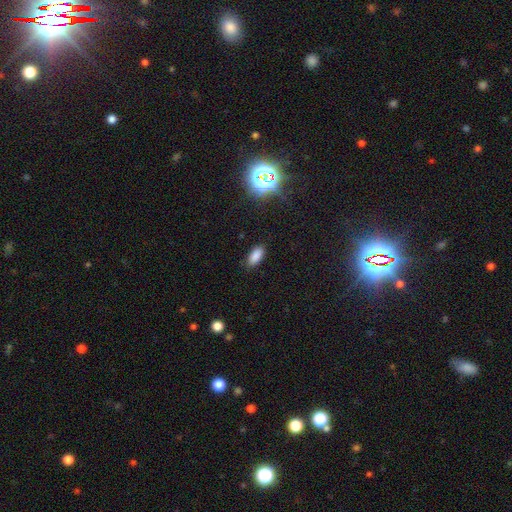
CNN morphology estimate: The model was most divided on "smooth or featured": smooth: 83%, star or artifact: 13%, featured or disk: 4%. More confident: how rounded — in between (89%); merging — none (86%).